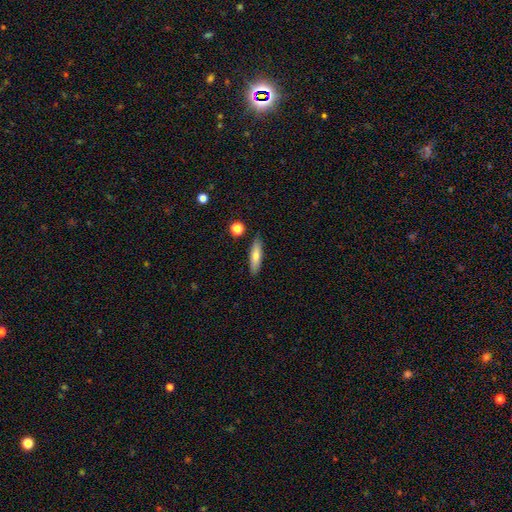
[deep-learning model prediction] Smooth or featured? smooth (74%)
How rounded? cigar-shaped (66%)
Merging? none (85%)